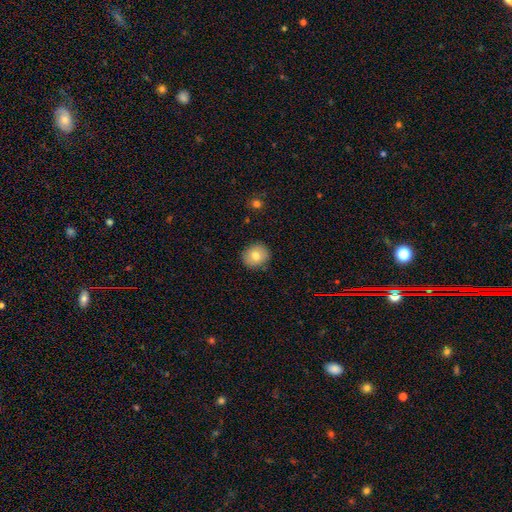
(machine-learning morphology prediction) The model was most divided on "how rounded": round: 81%, in between: 18%, cigar-shaped: 1%. More confident: merging — none (88%); smooth or featured — smooth (77%).